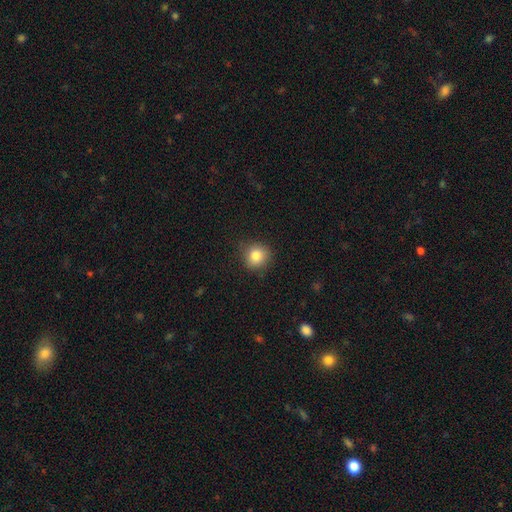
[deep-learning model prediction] Smooth or featured? Predicted: smooth (p=0.83). How rounded? Predicted: round (p=0.89). Merging? Predicted: none (p=0.86).